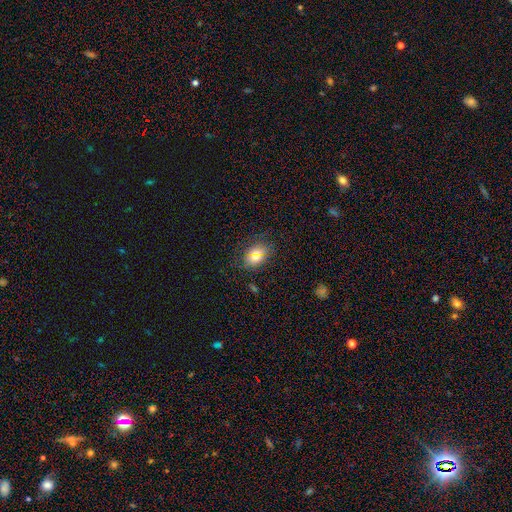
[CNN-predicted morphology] smooth_or_featured: smooth (p=0.71) [alt: star or artifact p=0.17]
how_rounded: in between (p=0.65) [alt: round p=0.32]
merging: none (p=0.81) [alt: minor disturbance p=0.13]